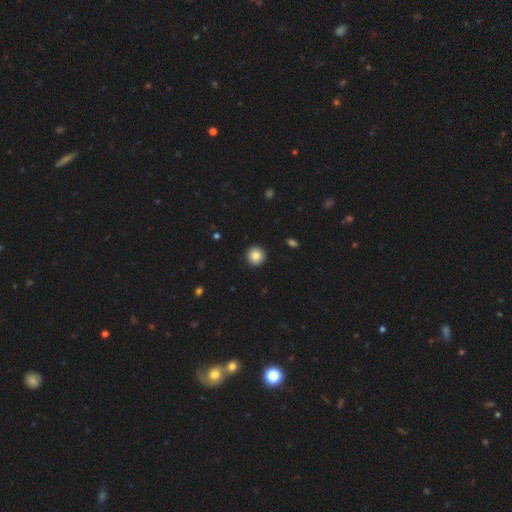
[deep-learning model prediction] This appears to be a smooth galaxy with no disk features (86%) that is round (95%). Merging: none (93%).